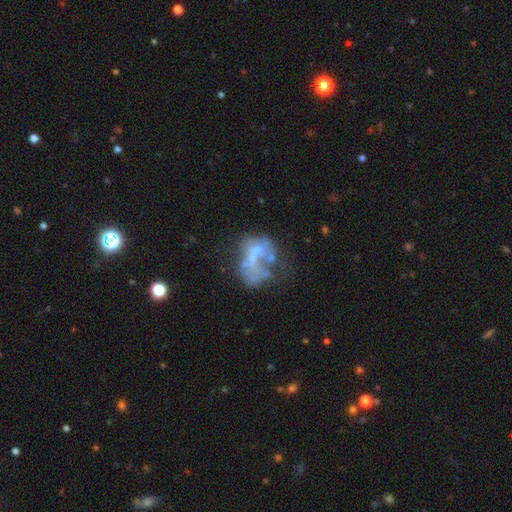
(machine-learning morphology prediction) type=featured or disk (58%); edge-on=no (98%); bar=no (87%); spiral arms=no (89%); bulge=none (67%); merging=major disturbance (33%).